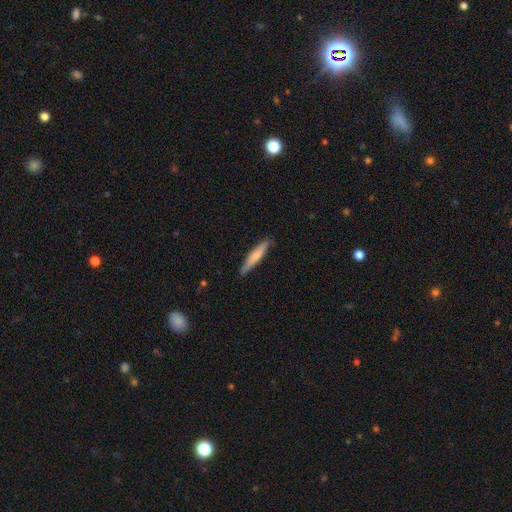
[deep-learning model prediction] A smooth galaxy with no disk features (68%) that is cigar-shaped (91%). Merging: none (85%).